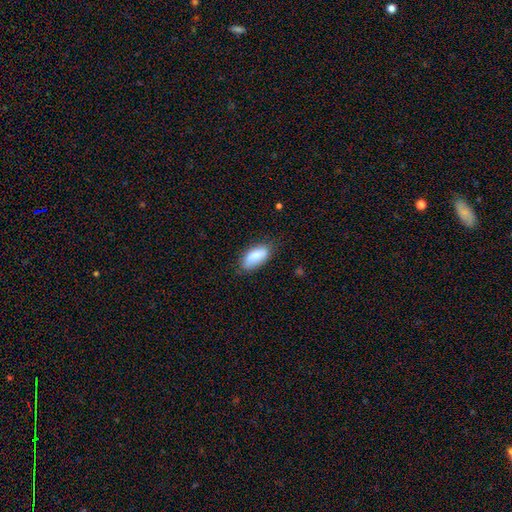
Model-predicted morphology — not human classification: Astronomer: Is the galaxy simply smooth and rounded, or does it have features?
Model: smooth — 81%.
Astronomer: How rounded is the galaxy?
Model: in between — 89%.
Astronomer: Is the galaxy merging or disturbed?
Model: none — 70%.